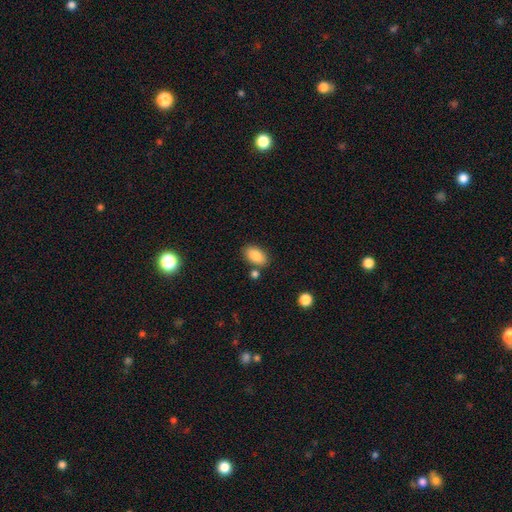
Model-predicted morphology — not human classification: This is clearly a smooth galaxy (87%). How rounded: clearly in between (93%). Merging: likely none (78%).